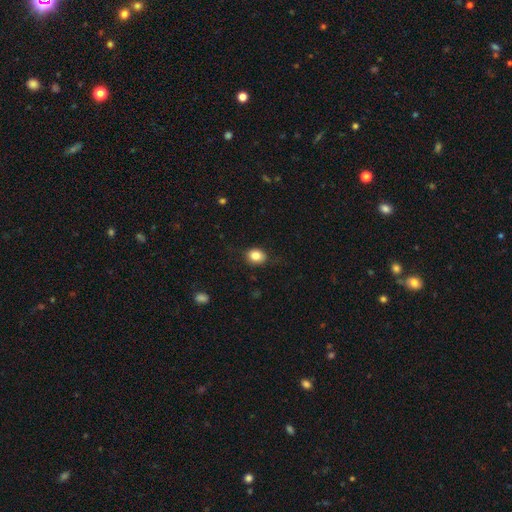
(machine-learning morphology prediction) smooth_or_featured: smooth (p=0.84) [alt: star or artifact p=0.09]
how_rounded: round (p=0.56) [alt: in between p=0.43]
merging: none (p=0.84) [alt: minor disturbance p=0.12]